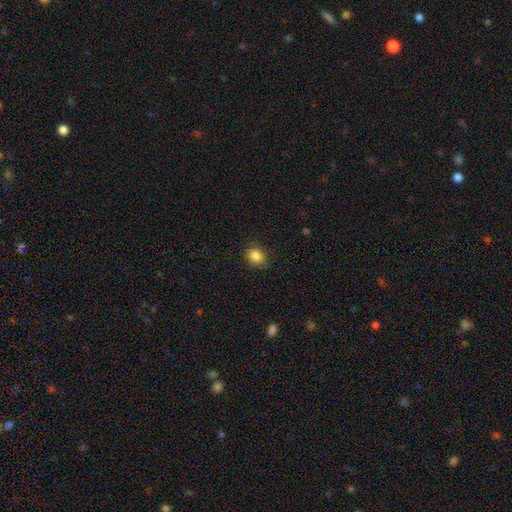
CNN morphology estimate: Q: Smooth or featured?
A: smooth (84%); runner-up: star or artifact (11%)
Q: How rounded?
A: round (61%); runner-up: in between (38%)
Q: Merging?
A: none (79%); runner-up: minor disturbance (16%)